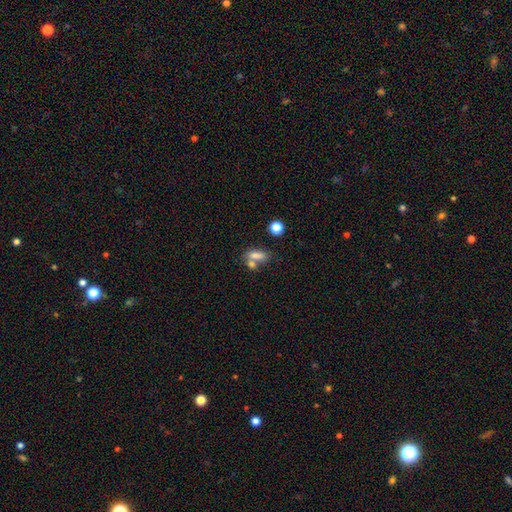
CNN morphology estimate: smooth 76%, featured or disk 13%, star or artifact 11%. Down the decision tree: how rounded — in between (65%); merging — none (46%).